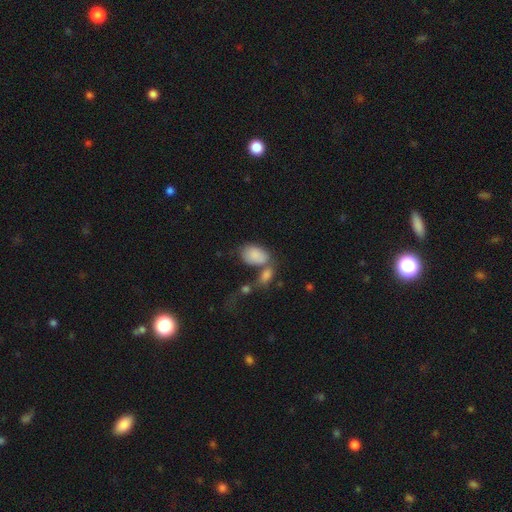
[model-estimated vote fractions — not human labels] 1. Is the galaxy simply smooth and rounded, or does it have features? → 85% smooth, 9% featured or disk, 7% star or artifact.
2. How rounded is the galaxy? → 92% in between, 7% round, 2% cigar-shaped.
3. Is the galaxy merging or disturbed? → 39% merger, 37% none, 15% minor disturbance, 9% major disturbance.